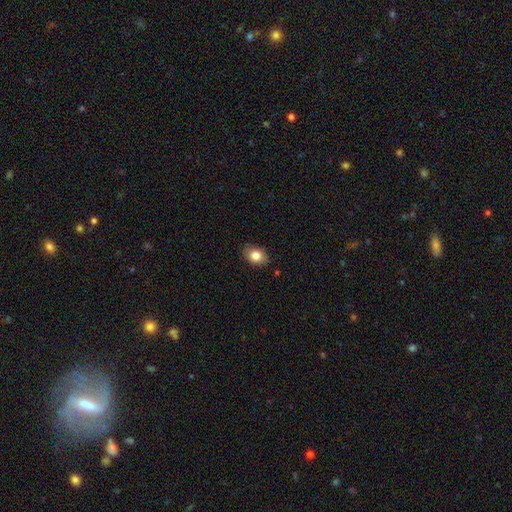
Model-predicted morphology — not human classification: Overall: smooth (83%). How rounded: in between (73%). Merging: none (85%).